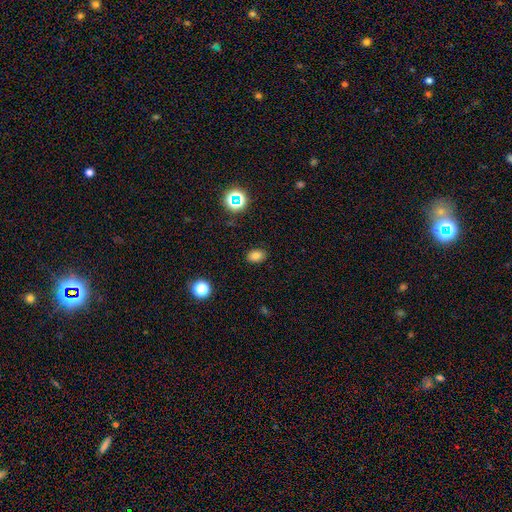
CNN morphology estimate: A smooth galaxy with no disk features (79%) that is in between round and cigar-shaped (76%). Merging: none (87%).